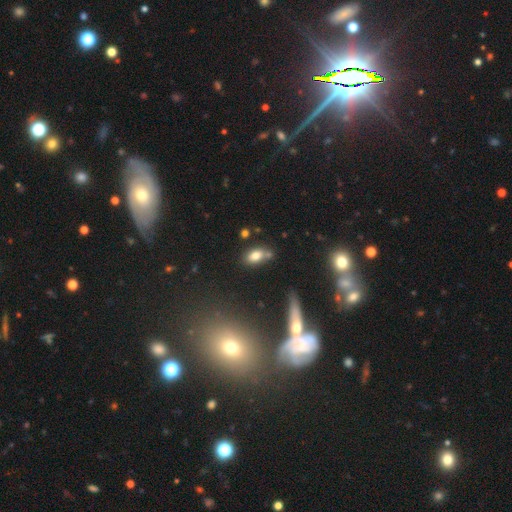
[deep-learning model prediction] The model was most divided on "merging": none: 55%, minor disturbance: 21%, merger: 19%, major disturbance: 5%. More confident: how rounded — in between (87%); smooth or featured — smooth (78%).